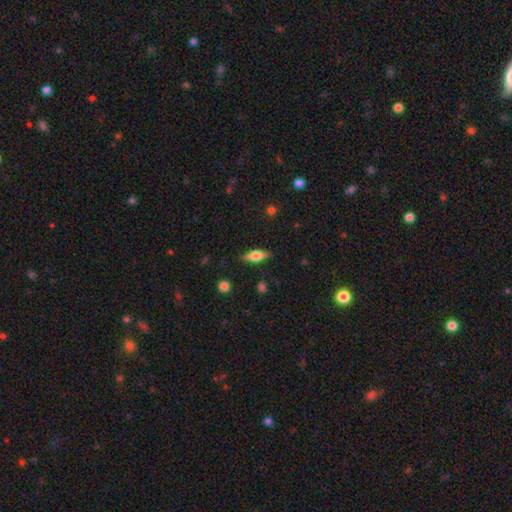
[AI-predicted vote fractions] A smooth galaxy with no disk features (58%) that is in between round and cigar-shaped (66%). Merging: none (84%).